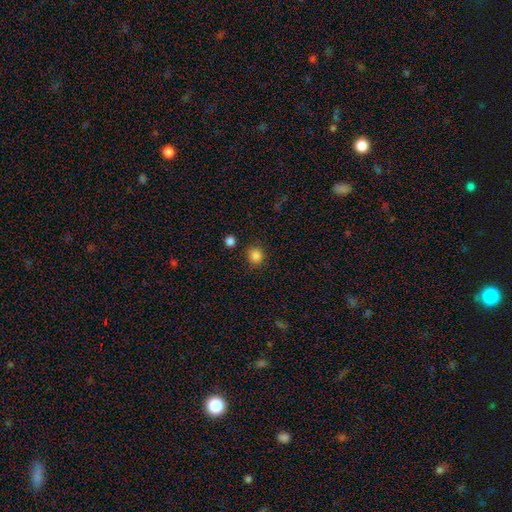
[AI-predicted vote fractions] Smooth or featured? Predicted: smooth (p=0.85). How rounded? Predicted: round (p=0.89). Merging? Predicted: none (p=0.86).